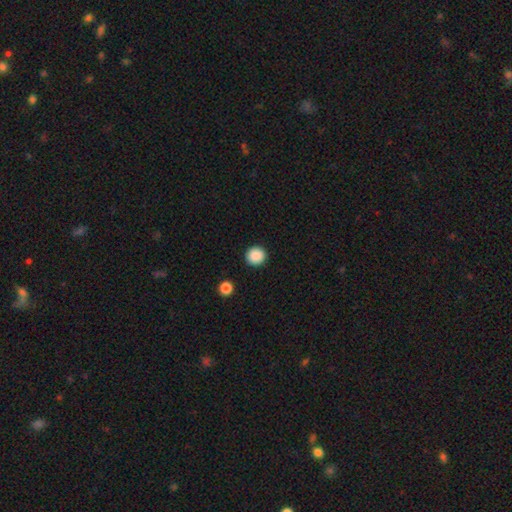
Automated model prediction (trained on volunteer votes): This is clearly a smooth galaxy (89%). How rounded: clearly round (92%). Merging: clearly none (92%).